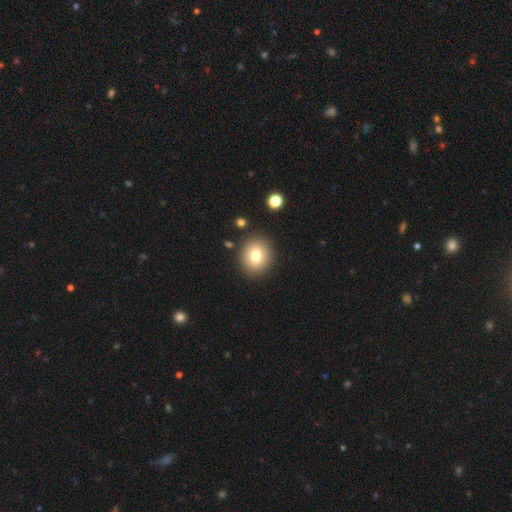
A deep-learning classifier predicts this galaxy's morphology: Smooth or featured? smooth (77%)
How rounded? round (70%)
Merging? none (88%)